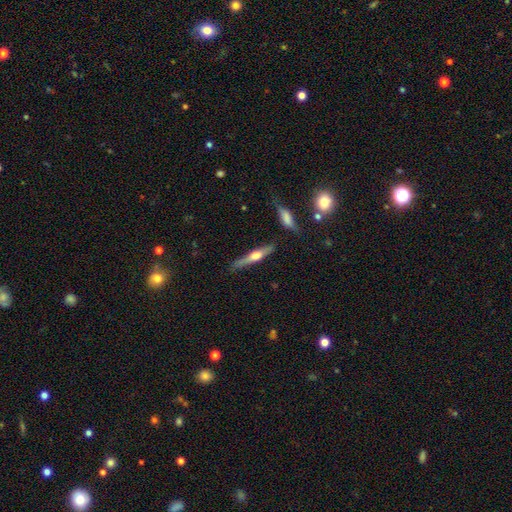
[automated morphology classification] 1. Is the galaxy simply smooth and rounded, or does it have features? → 63% featured or disk, 31% smooth, 6% star or artifact.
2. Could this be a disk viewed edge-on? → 97% yes, 3% no.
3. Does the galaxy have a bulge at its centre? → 86% rounded, 9% boxy, 5% none.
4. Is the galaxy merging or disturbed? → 80% none, 13% minor disturbance, 4% merger, 3% major disturbance.